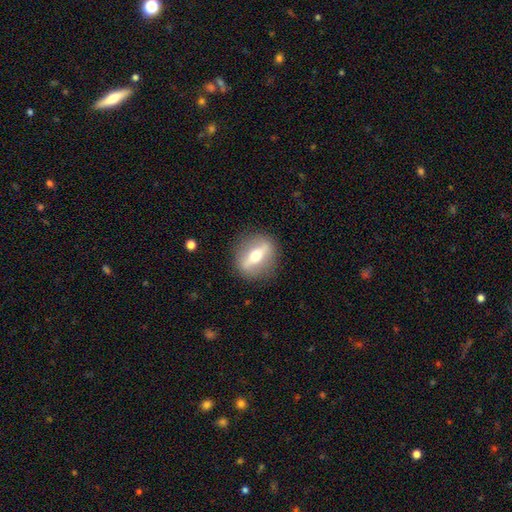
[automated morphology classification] featured or disk 66%, smooth 27%, star or artifact 7%. Down the decision tree: edge-on disk — yes (57%); merging — none (86%).